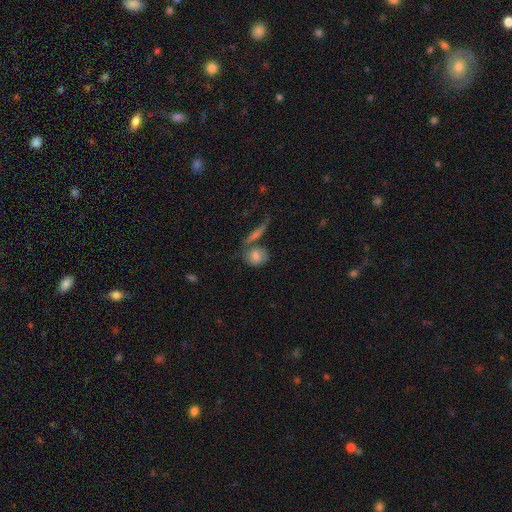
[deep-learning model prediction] smooth_or_featured: smooth (p=0.68) [alt: featured or disk p=0.23]
how_rounded: in between (p=0.50) [alt: round p=0.44]
merging: none (p=0.46) [alt: merger p=0.30]